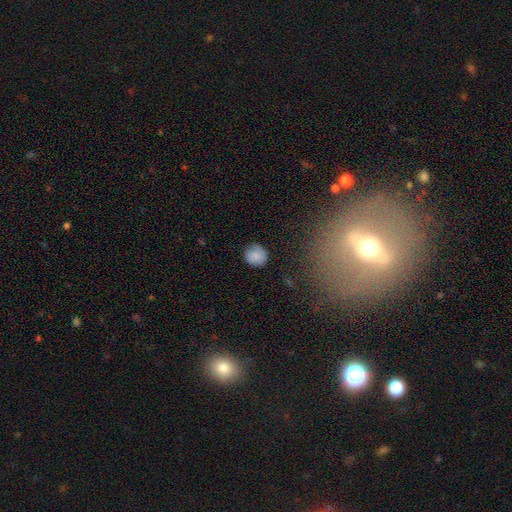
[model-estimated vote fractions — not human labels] This appears to be a smooth galaxy with no disk features (82%) that is round (84%). Merging: none (75%).